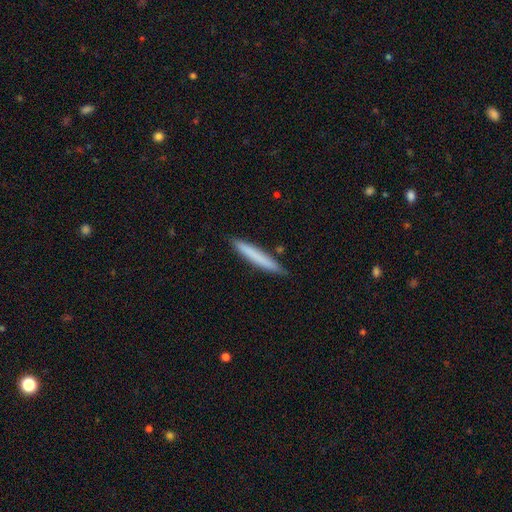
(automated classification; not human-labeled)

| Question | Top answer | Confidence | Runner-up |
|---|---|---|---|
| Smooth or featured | smooth | 74% | featured or disk (20%) |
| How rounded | cigar-shaped | 96% | in between (3%) |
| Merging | none | 87% | minor disturbance (9%) |